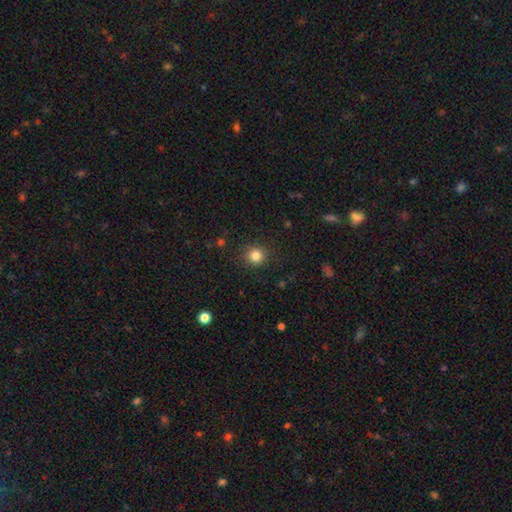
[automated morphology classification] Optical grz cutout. It shows a smooth galaxy with no disk features (84%) that is round (92%). Merging: none (89%).